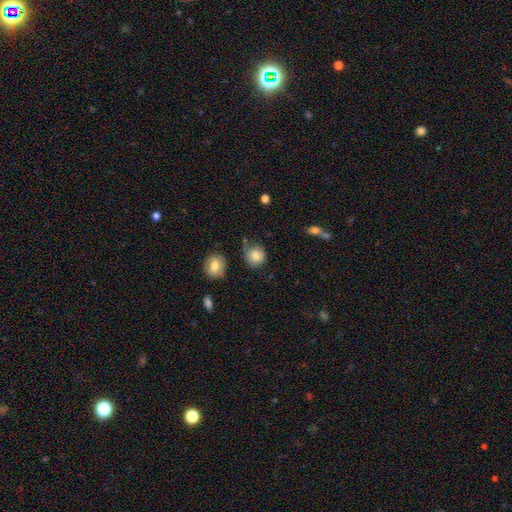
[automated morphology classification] type=smooth (83%); roundness=round (81%); merging=none (58%).